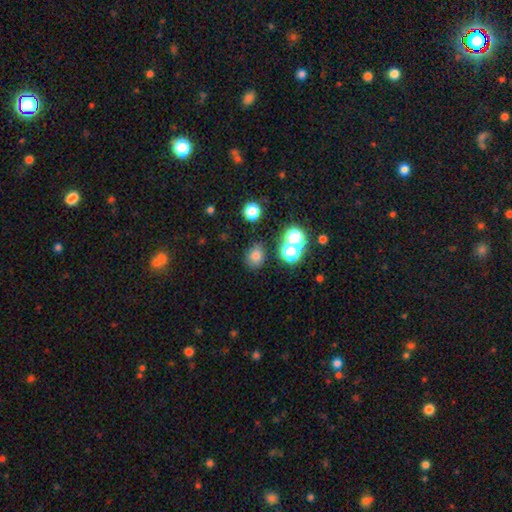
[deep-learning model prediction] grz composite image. It shows a smooth galaxy with no disk features (73%) that is round (58%). Merging: none (78%).